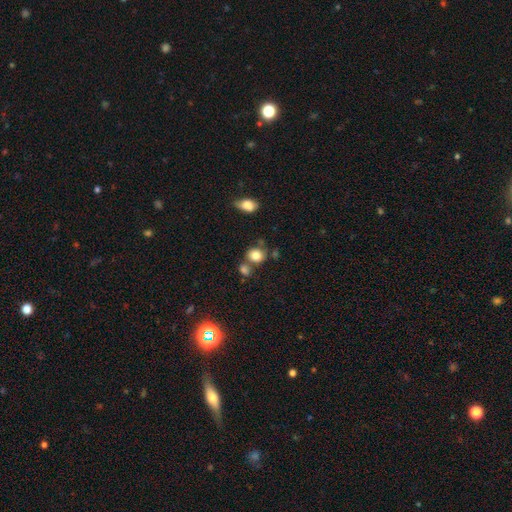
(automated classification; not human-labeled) Q: Smooth or featured?
A: smooth (83%); runner-up: star or artifact (10%)
Q: How rounded?
A: round (69%); runner-up: in between (30%)
Q: Merging?
A: none (61%); runner-up: merger (22%)